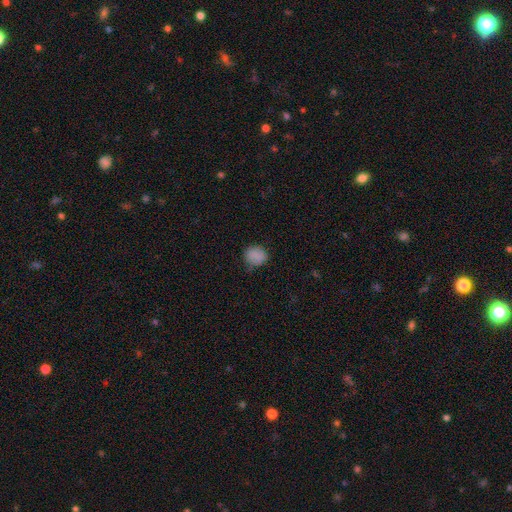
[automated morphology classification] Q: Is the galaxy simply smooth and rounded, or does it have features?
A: smooth — 85%.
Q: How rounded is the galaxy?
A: round — 75%.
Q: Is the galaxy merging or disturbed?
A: none — 75%.